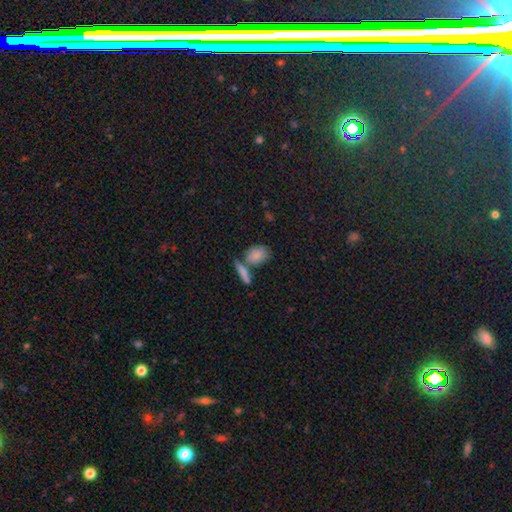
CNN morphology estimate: smooth 81%, featured or disk 11%, star or artifact 7%. Down the decision tree: how rounded — in between (79%); merging — none (48%).